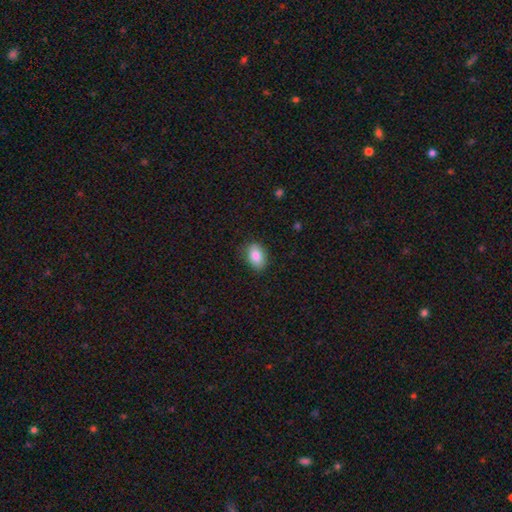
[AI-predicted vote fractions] This is clearly a smooth galaxy (85%). How rounded: clearly in between (85%). Merging: clearly none (83%).